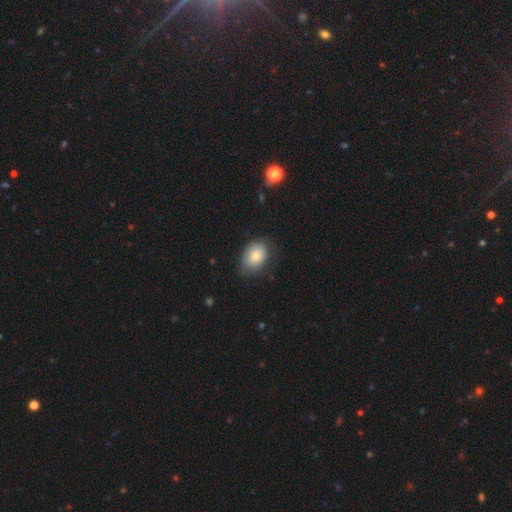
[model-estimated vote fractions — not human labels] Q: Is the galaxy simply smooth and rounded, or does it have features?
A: smooth — 79%.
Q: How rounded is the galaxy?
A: in between — 74%.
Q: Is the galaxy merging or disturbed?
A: none — 67%.